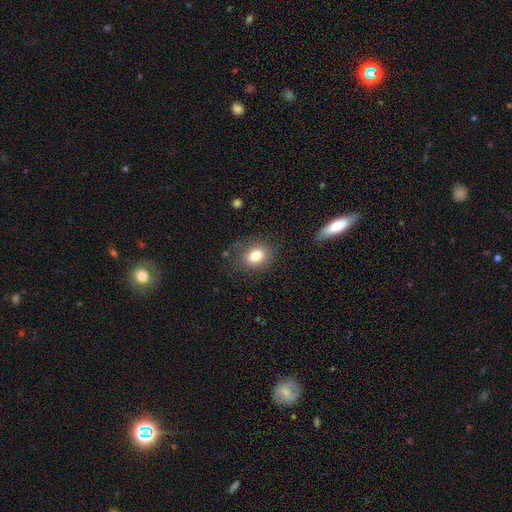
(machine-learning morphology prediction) Smooth or featured? Predicted: smooth (p=0.82). How rounded? Predicted: in between (p=0.53). Merging? Predicted: none (p=0.79).